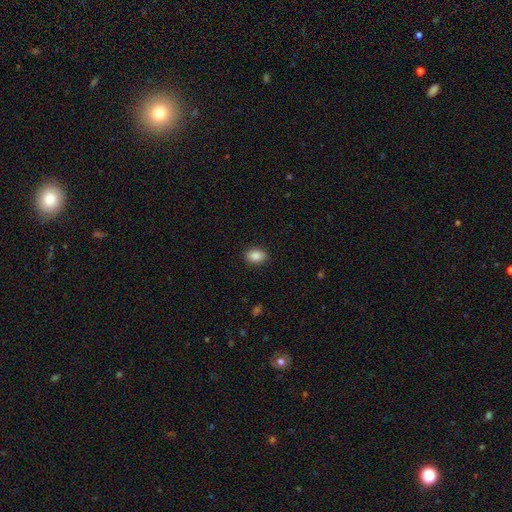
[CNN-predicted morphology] Smooth or featured?
  - smooth: 89% *
  - star or artifact: 8%
  - featured or disk: 4%
How rounded?
  - in between: 81% *
  - round: 18%
  - cigar-shaped: 1%
Merging?
  - none: 90% *
  - minor disturbance: 7%
  - major disturbance: 2%
  - merger: 1%